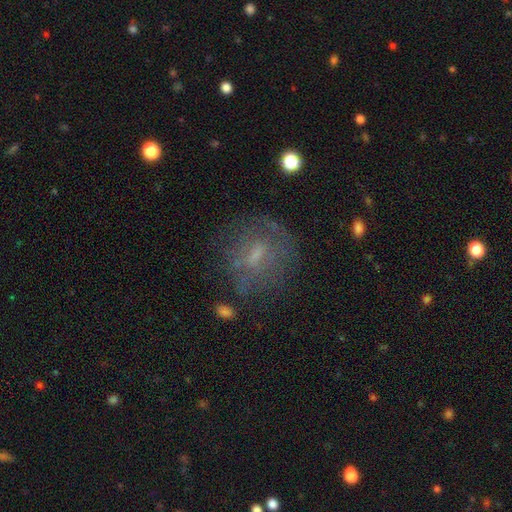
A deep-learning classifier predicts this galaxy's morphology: A featured or disk galaxy (46%).

Vote fractions:
- Smooth or featured? featured or disk: 46% / smooth: 38% / star or artifact: 16%
- Merging? none: 62% / minor disturbance: 19% / major disturbance: 16% / merger: 3%